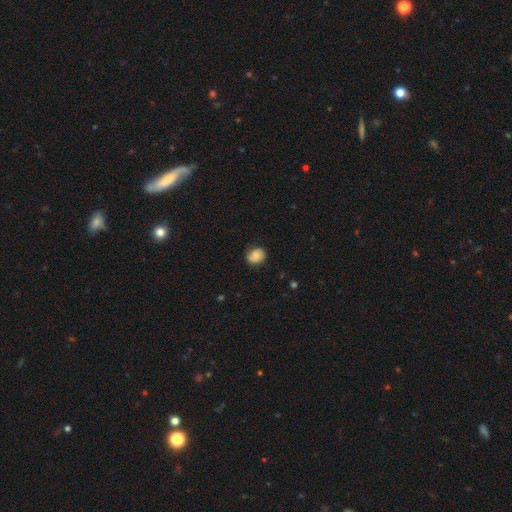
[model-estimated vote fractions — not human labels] Smooth or featured? smooth (73%)
How rounded? round (61%)
Merging? none (75%)